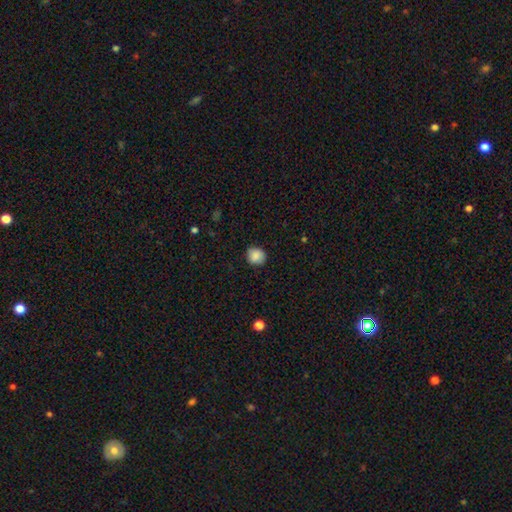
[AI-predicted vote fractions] A smooth galaxy with no disk features (85%) that is round (85%).

Vote fractions:
- Smooth or featured? smooth: 85% / star or artifact: 9% / featured or disk: 6%
- How rounded? round: 85% / in between: 15% / cigar-shaped: 1%
- Merging? none: 85% / minor disturbance: 11% / major disturbance: 3% / merger: 1%